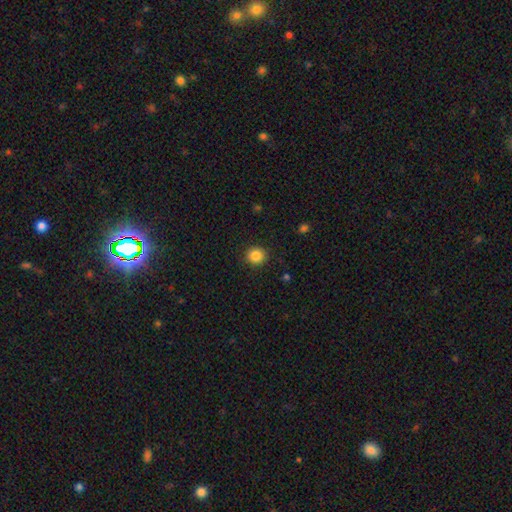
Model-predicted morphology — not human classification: This appears to be a smooth galaxy with no disk features (85%) that is round (90%). Merging: none (90%).